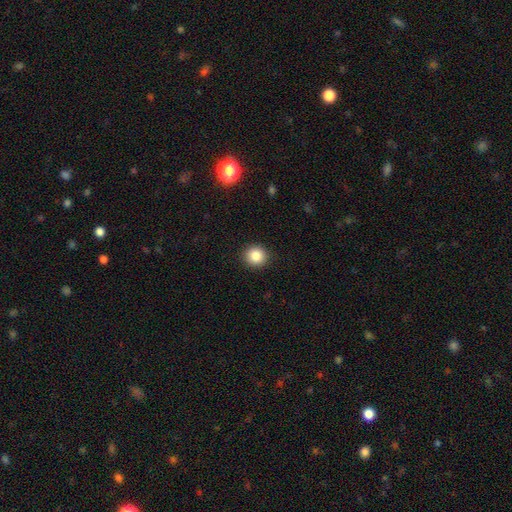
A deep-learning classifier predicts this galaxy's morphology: This is clearly a smooth galaxy (86%). How rounded: clearly round (91%). Merging: clearly none (92%).